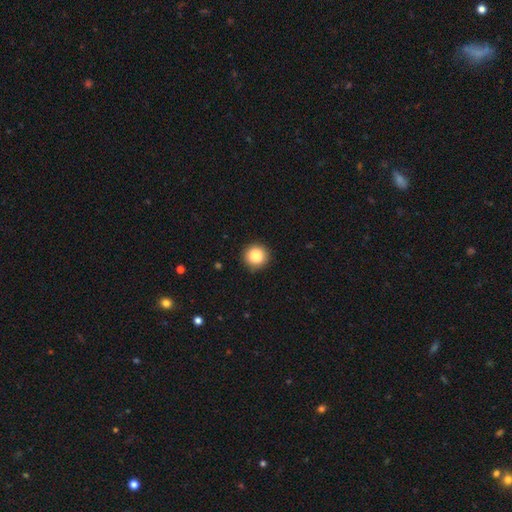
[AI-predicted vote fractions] smooth_or_featured: smooth (p=0.86) [alt: star or artifact p=0.10]
how_rounded: round (p=0.93) [alt: in between p=0.06]
merging: none (p=0.86) [alt: minor disturbance p=0.10]